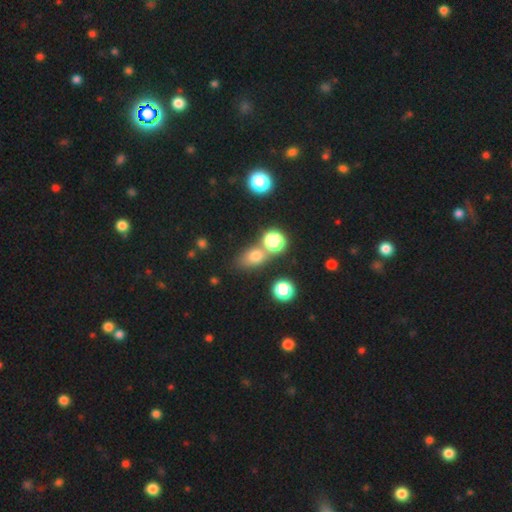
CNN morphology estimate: Smooth or featured?
  - smooth: 69% *
  - star or artifact: 21%
  - featured or disk: 10%
How rounded?
  - in between: 59% *
  - round: 39%
  - cigar-shaped: 2%
Merging?
  - none: 59% *
  - merger: 25%
  - minor disturbance: 12%
  - major disturbance: 5%